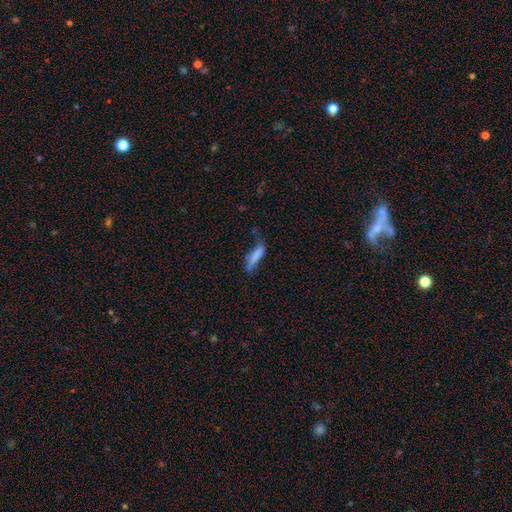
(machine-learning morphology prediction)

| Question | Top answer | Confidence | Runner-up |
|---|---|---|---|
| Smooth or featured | smooth | 73% | featured or disk (19%) |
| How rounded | cigar-shaped | 68% | in between (30%) |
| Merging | none | 39% | minor disturbance (33%) |